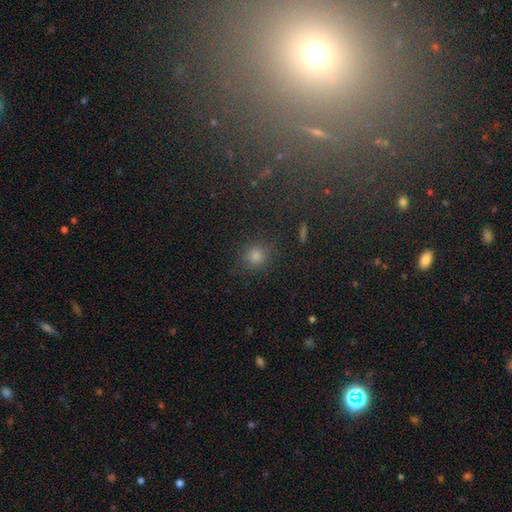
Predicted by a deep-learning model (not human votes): Smooth or featured? Predicted: smooth (p=0.70). How rounded? Predicted: round (p=0.90). Merging? Predicted: none (p=0.88).